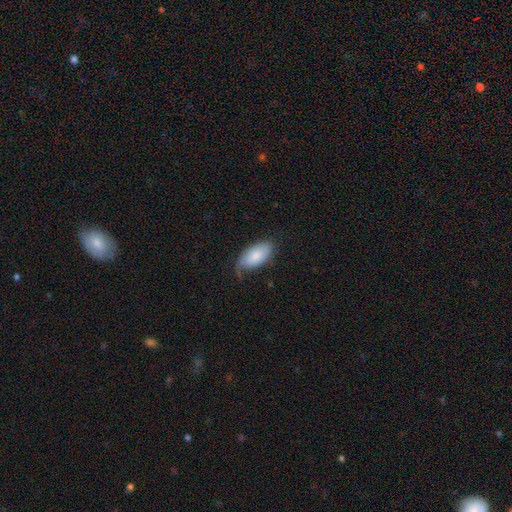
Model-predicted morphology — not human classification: smooth 75%, featured or disk 19%, star or artifact 6%. Down the decision tree: how rounded — in between (95%); merging — none (51%).